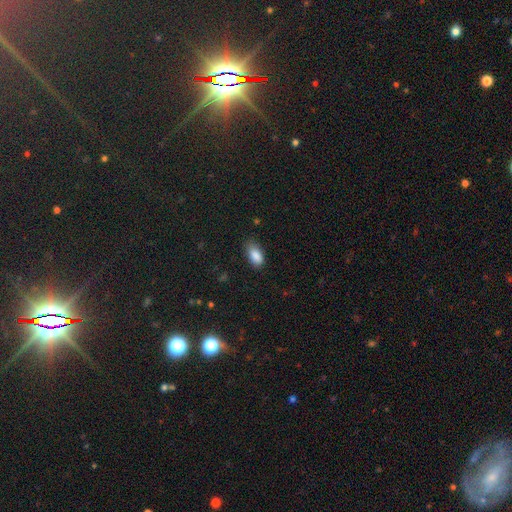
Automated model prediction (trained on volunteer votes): smooth-or-featured: smooth: 88% | star or artifact: 8% | featured or disk: 5%
  how-rounded: in between: 91% | cigar-shaped: 5% | round: 4%
  merging: none: 72% | minor disturbance: 23% | major disturbance: 4% | merger: 1%